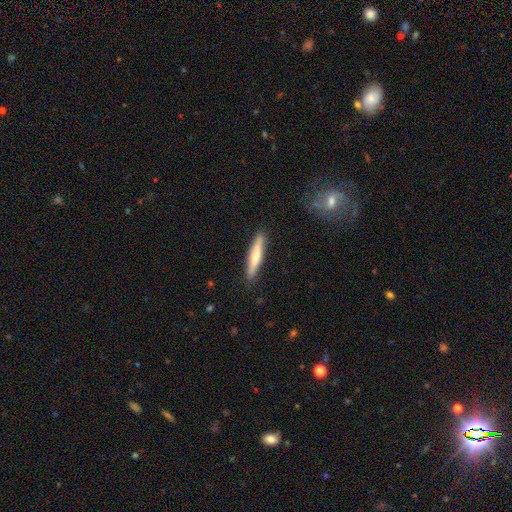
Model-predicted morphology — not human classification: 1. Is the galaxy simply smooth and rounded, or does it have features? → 63% smooth, 31% featured or disk, 6% star or artifact.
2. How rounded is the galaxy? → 92% cigar-shaped, 7% in between, 1% round.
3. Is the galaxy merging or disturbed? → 87% none, 9% minor disturbance, 2% major disturbance, 1% merger.